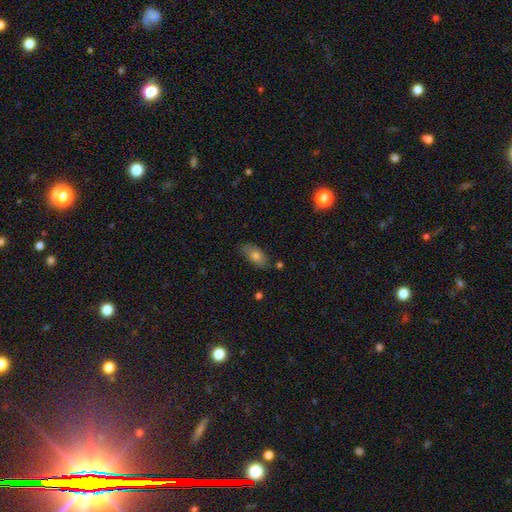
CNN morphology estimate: Smooth or featured? smooth (74%)
How rounded? in between (89%)
Merging? none (75%)